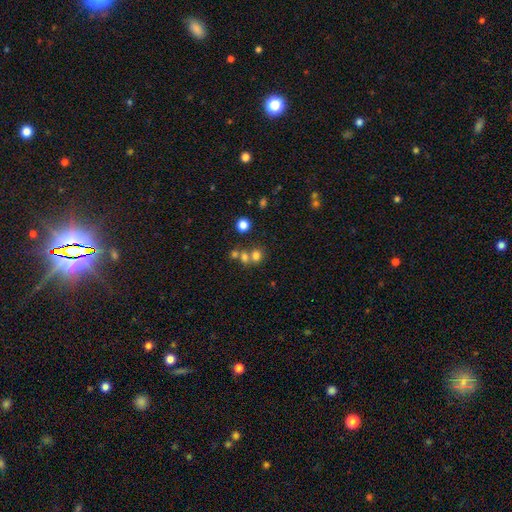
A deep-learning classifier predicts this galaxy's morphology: Q: Smooth or featured?
A: smooth (72%); runner-up: star or artifact (16%)
Q: How rounded?
A: round (71%); runner-up: in between (28%)
Q: Merging?
A: none (46%); runner-up: merger (42%)